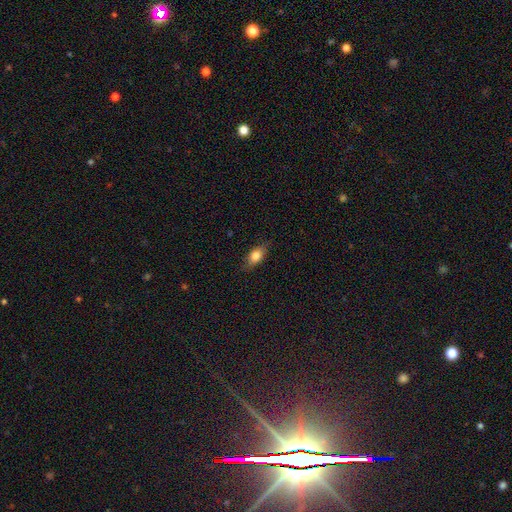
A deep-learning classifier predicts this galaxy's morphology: Smooth or featured?
  - smooth: 79% *
  - featured or disk: 13%
  - star or artifact: 7%
How rounded?
  - in between: 82% *
  - cigar-shaped: 10%
  - round: 8%
Merging?
  - none: 82% *
  - minor disturbance: 14%
  - major disturbance: 3%
  - merger: 1%